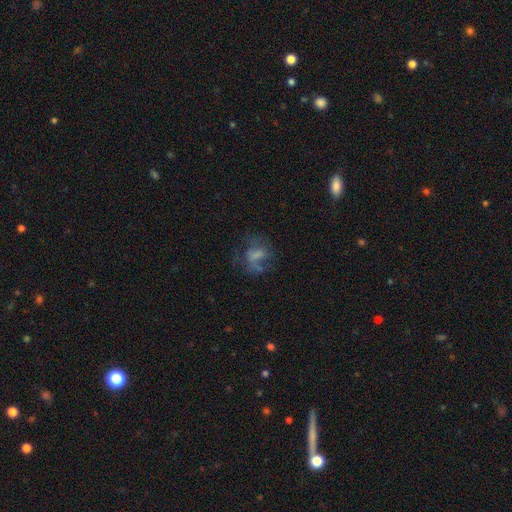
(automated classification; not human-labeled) Smooth or featured? smooth (42%, tied with featured or disk)
Merging? none (39%)